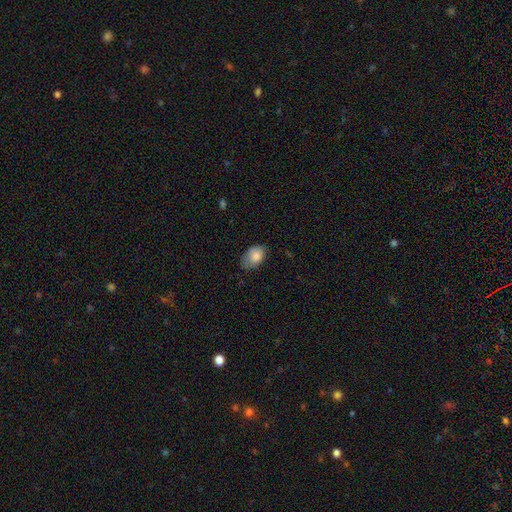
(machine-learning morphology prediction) Smooth or featured?
  - smooth: 82% *
  - featured or disk: 11%
  - star or artifact: 7%
How rounded?
  - in between: 85% *
  - round: 14%
  - cigar-shaped: 1%
Merging?
  - none: 55% *
  - minor disturbance: 34%
  - major disturbance: 10%
  - merger: 1%